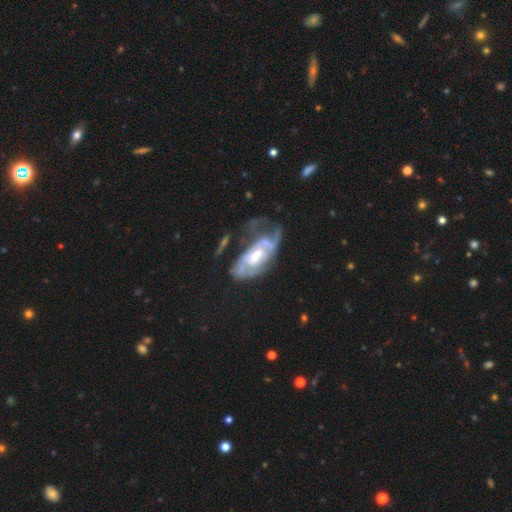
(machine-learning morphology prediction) featured or disk 79%, smooth 15%, star or artifact 6%. Down the decision tree: edge-on disk — no (93%); bar — no (49%); spiral arms — yes (82%); spiral arm count — 2 (40%); spiral winding — tight (41%); bulge size — moderate (54%); merging — major disturbance (40%).